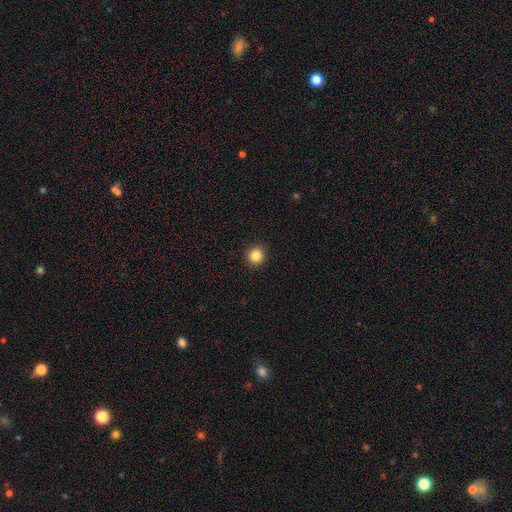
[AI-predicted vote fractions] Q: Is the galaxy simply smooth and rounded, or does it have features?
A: smooth — 86%.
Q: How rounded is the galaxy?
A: round — 93%.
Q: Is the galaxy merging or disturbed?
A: none — 93%.